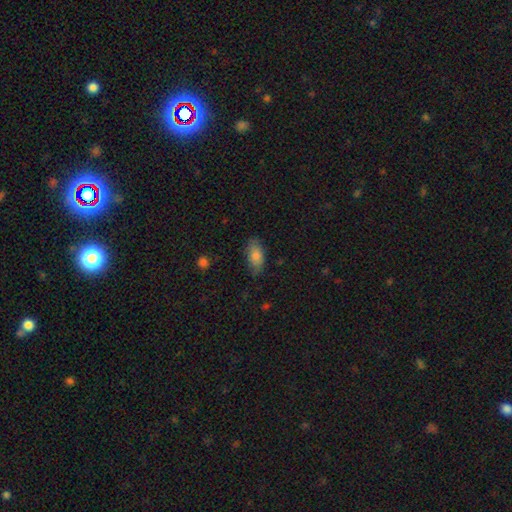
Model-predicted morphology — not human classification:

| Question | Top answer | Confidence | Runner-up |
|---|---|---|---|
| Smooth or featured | smooth | 82% | featured or disk (10%) |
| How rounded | in between | 89% | cigar-shaped (8%) |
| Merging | none | 76% | minor disturbance (18%) |